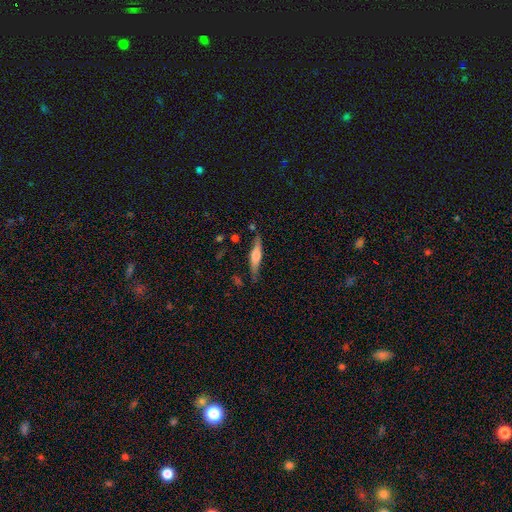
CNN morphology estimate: smooth_or_featured: featured or disk (p=0.51) [alt: smooth p=0.43]
disk_edge_on: yes (p=0.92) [alt: no p=0.08]
merging: none (p=0.78) [alt: minor disturbance p=0.15]